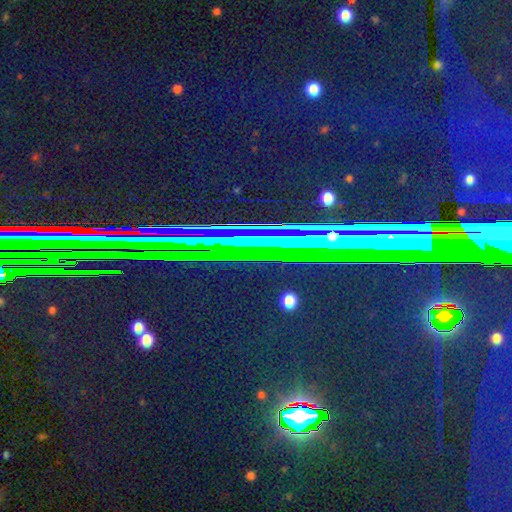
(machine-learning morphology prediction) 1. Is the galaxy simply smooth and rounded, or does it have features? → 79% star or artifact, 11% smooth, 10% featured or disk.